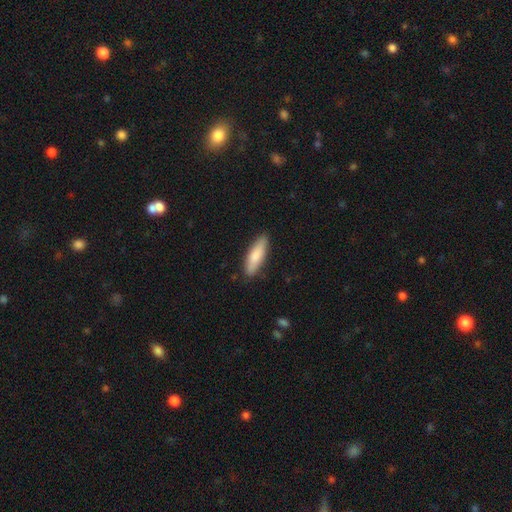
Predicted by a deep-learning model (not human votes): Morphology: type=smooth (79%); roundness=cigar-shaped (59%); merging=none (86%).